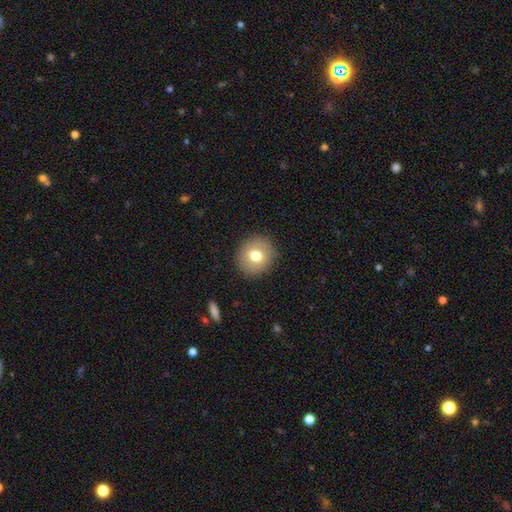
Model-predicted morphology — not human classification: A smooth galaxy with no disk features (73%) that is round (85%). Merging: none (89%).